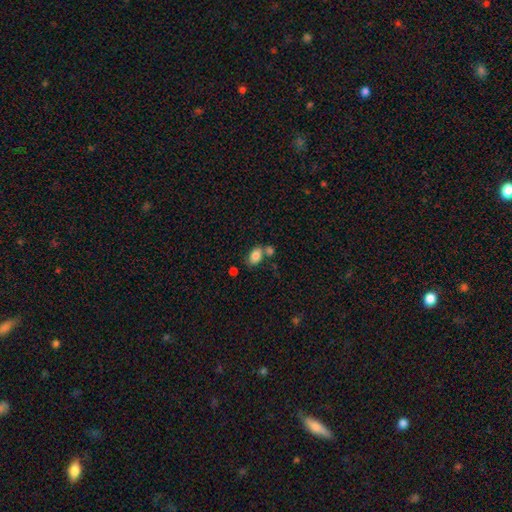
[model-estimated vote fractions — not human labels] smooth 82%, featured or disk 10%, star or artifact 8%. Down the decision tree: how rounded — in between (84%); merging — none (53%).